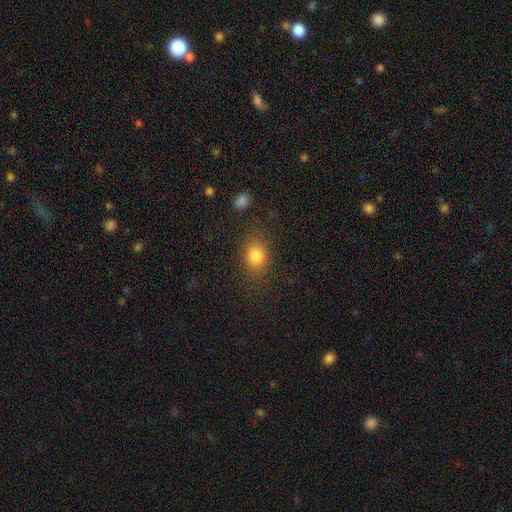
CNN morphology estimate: The model was most divided on "how rounded": in between: 52%, round: 46%, cigar-shaped: 2%. More confident: smooth or featured — smooth (82%); merging — none (80%).